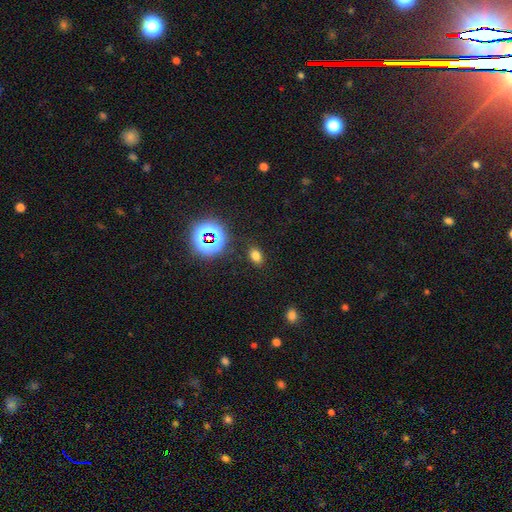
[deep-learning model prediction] Smooth or featured? smooth (70%)
How rounded? in between (77%)
Merging? none (85%)